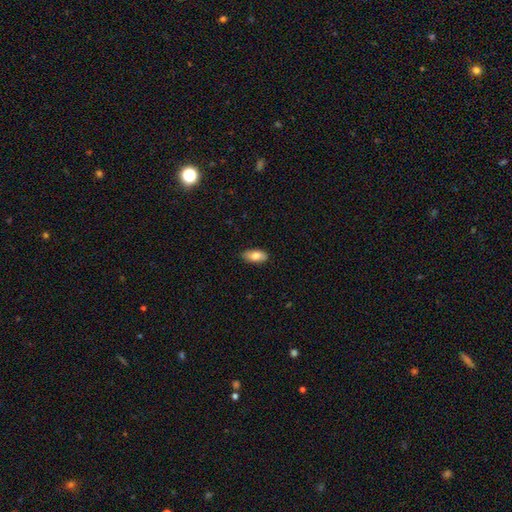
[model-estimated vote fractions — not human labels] Smooth or featured? Predicted: smooth (p=0.81). How rounded? Predicted: in between (p=0.91). Merging? Predicted: none (p=0.87).